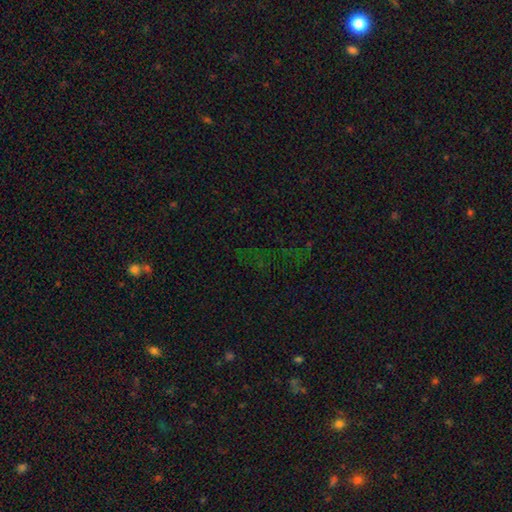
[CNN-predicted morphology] This is likely a star or artifact rather than a galaxy (70%).